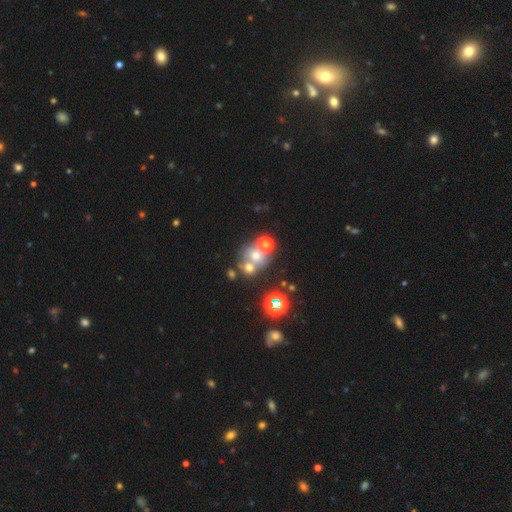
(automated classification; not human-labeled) This appears to be a smooth galaxy with no disk features (50%) that is round (75%). Merging: merger (42%, tied with none).